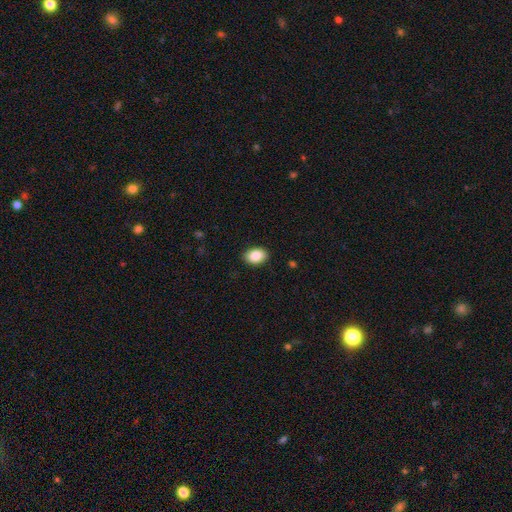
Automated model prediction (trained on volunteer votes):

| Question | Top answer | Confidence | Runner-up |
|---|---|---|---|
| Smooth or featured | smooth | 88% | star or artifact (7%) |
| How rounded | in between | 81% | round (18%) |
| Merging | none | 89% | minor disturbance (8%) |